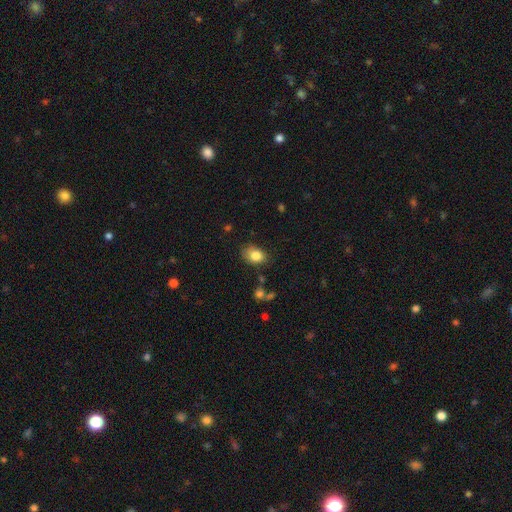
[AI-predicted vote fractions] Morphology: type=smooth (83%); roundness=in between (74%); merging=none (69%).